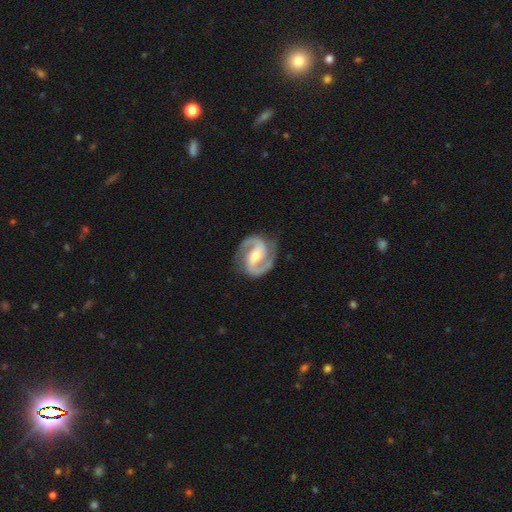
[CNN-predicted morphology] This is clearly a featured or disk galaxy (93%). It is clearly not viewed edge-on (98%). Bar: marginally weak (37%). Spiral arm pattern: clearly yes (98%). Spiral arm count: clearly 2 (94%). Spiral winding: possibly medium (57%). Central bulge: possibly moderate (57%). Merging: clearly none (84%).